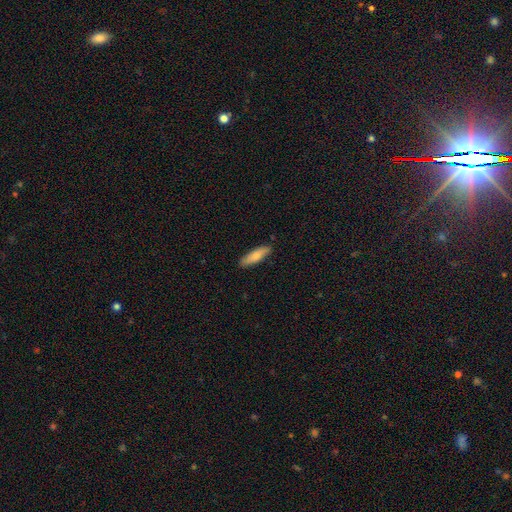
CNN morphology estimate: This appears to be a smooth galaxy with no disk features (78%) that is cigar-shaped (62%). Merging: none (88%).